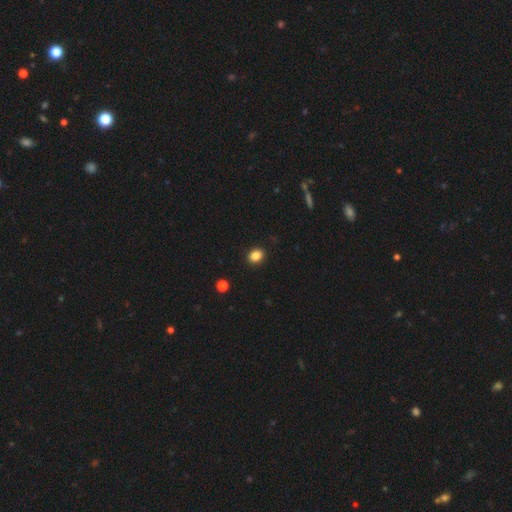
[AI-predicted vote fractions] Morphology: type=smooth (87%); roundness=in between (57%); merging=none (91%).